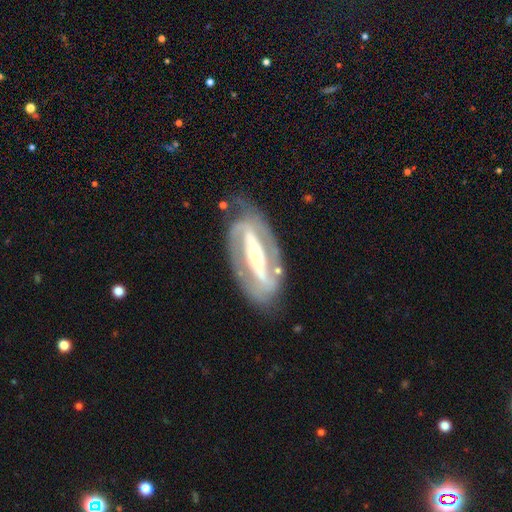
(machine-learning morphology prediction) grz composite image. It shows a featured or disk galaxy (87%) with a strong bar (71%), 2 (85%) tight (47%) spiral arms (85%) and a moderate central bulge (54%). Merging: none (73%).